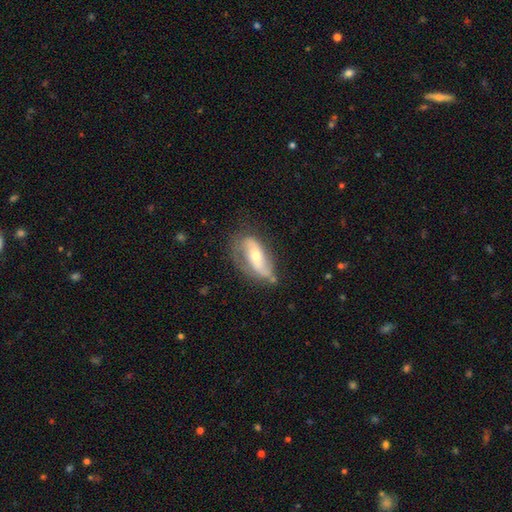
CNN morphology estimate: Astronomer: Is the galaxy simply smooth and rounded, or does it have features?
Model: featured or disk — 65%.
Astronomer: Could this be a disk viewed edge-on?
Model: no — 88%.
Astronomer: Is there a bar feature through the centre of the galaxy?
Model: no — 48% (runner-up: weak, 30%).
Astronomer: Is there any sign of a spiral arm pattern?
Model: yes — 78%.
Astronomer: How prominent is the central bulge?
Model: moderate — 49% (runner-up: small, 44%).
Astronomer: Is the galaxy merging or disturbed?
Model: none — 50% (runner-up: minor disturbance, 30%).